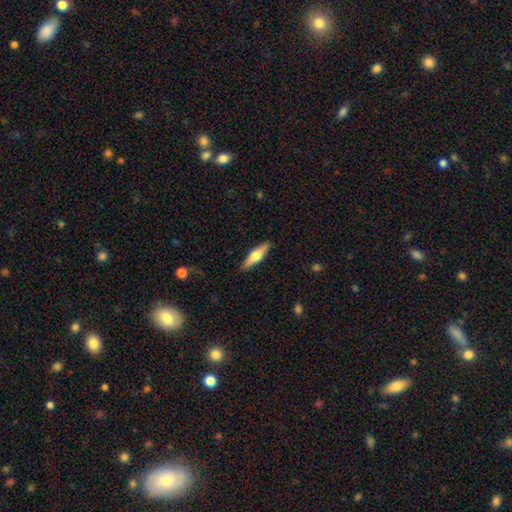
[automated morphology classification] Smooth or featured? Predicted: featured or disk (p=0.51). Edge-on disk? Predicted: yes (p=0.95). Merging? Predicted: none (p=0.90).